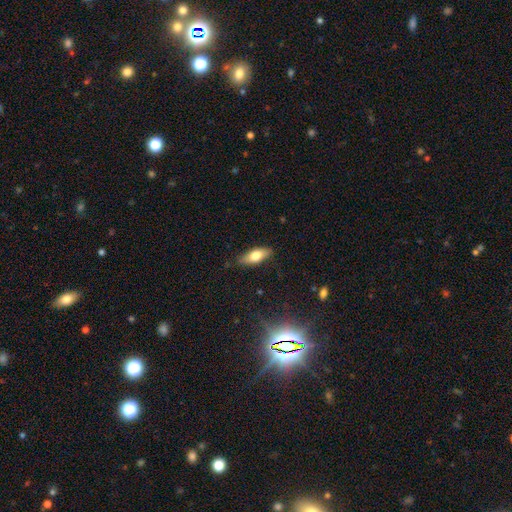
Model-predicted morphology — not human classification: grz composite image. It shows a smooth galaxy with no disk features (71%) that is in between round and cigar-shaped (72%). Merging: none (84%).